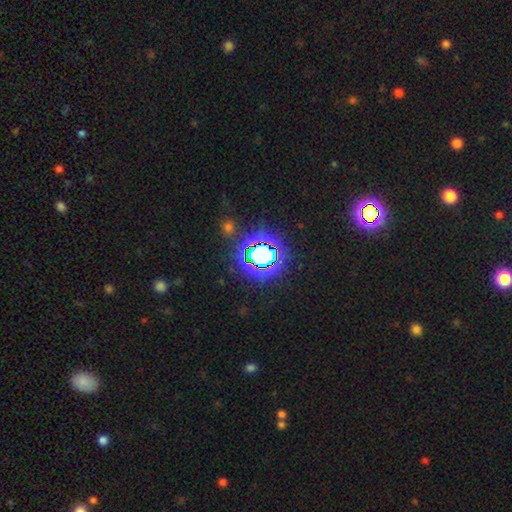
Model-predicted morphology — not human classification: Overall: star or artifact (80%).